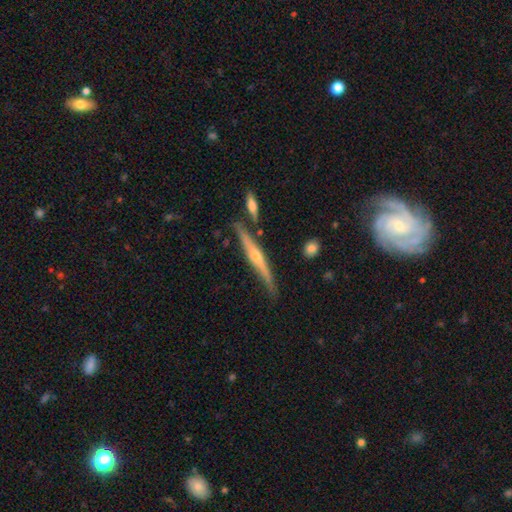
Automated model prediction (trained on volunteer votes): Smooth or featured: featured or disk — 77% (smooth — 17%)
Edge-on disk: yes — 97% (no — 3%)
Edge-on bulge: rounded — 86% (none — 10%)
Merging: none — 79% (minor disturbance — 12%)